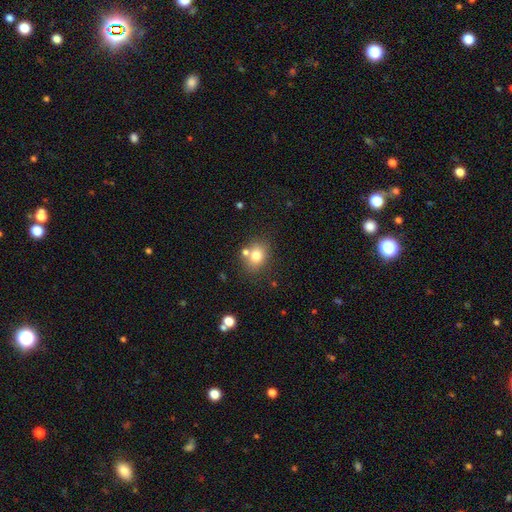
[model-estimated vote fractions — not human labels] Smooth or featured? smooth (77%)
How rounded? round (54%)
Merging? none (68%)